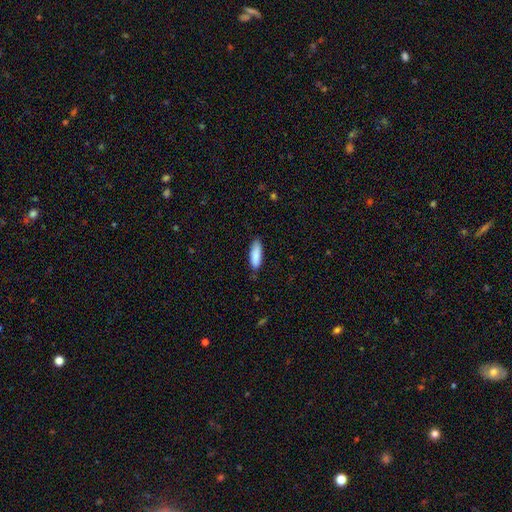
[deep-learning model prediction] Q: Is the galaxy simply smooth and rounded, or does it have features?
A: smooth — 88%.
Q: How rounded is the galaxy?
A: in between — 58%.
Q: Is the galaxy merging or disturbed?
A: none — 81%.